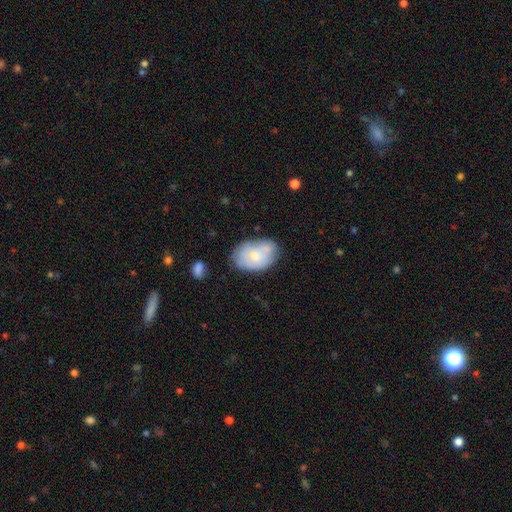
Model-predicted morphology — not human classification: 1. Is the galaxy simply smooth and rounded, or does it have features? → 65% smooth, 28% featured or disk, 7% star or artifact.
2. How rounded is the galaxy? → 88% in between, 11% round, 1% cigar-shaped.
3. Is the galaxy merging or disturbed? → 56% none, 27% minor disturbance, 10% merger, 7% major disturbance.